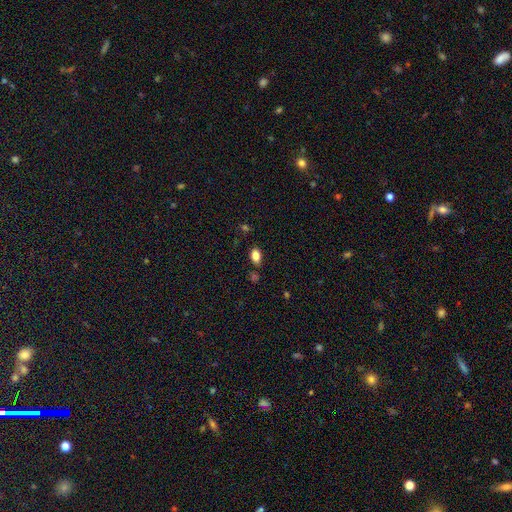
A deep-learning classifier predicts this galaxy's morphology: Overall: smooth (83%). How rounded: in between (89%). Merging: none (81%).